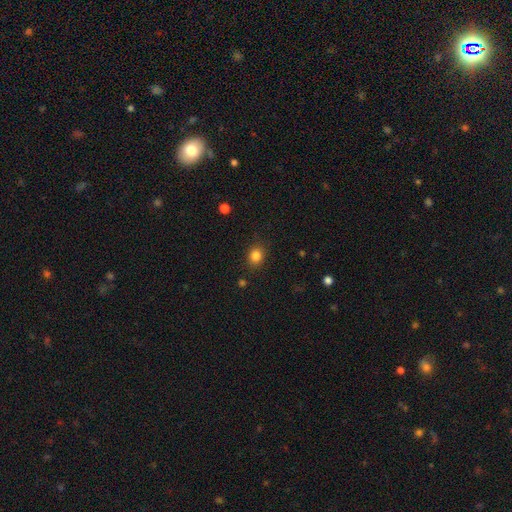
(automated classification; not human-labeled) smooth_or_featured: smooth (p=0.84) [alt: star or artifact p=0.11]
how_rounded: round (p=0.62) [alt: in between p=0.37]
merging: none (p=0.85) [alt: minor disturbance p=0.10]